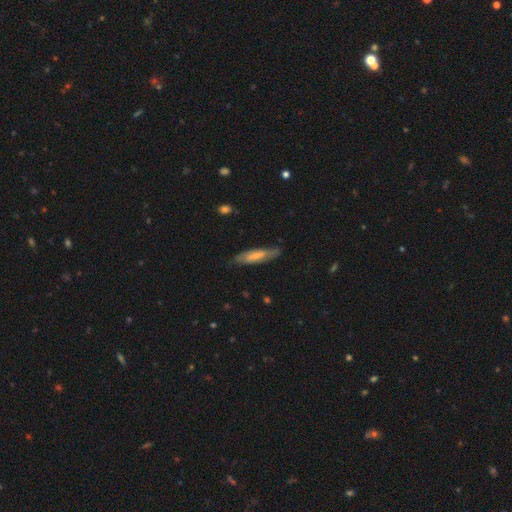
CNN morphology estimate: Smooth or featured? smooth (48%)
Merging? none (76%)